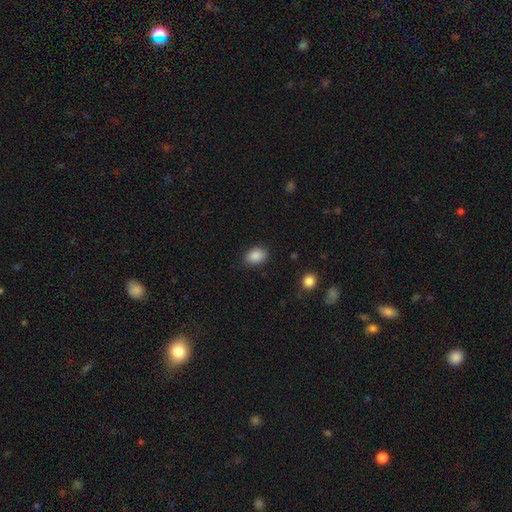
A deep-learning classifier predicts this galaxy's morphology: Smooth or featured? Predicted: smooth (p=0.88). How rounded? Predicted: in between (p=0.75). Merging? Predicted: none (p=0.85).